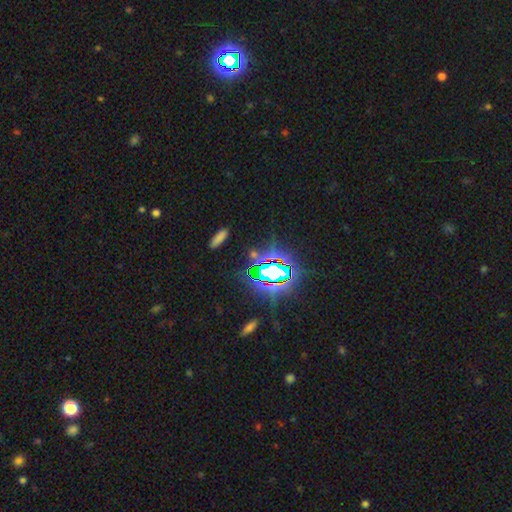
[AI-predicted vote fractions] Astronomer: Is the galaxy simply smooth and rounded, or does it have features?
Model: star or artifact — 67%.